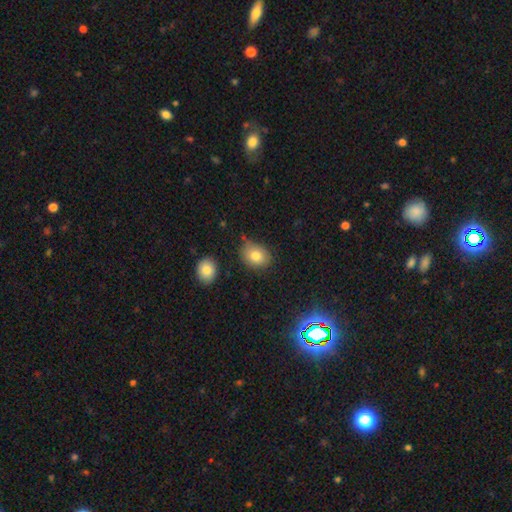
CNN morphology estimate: Smooth or featured?
  - smooth: 80% *
  - featured or disk: 11%
  - star or artifact: 10%
How rounded?
  - in between: 55% *
  - round: 44%
  - cigar-shaped: 1%
Merging?
  - none: 70% *
  - minor disturbance: 21%
  - merger: 4%
  - major disturbance: 4%